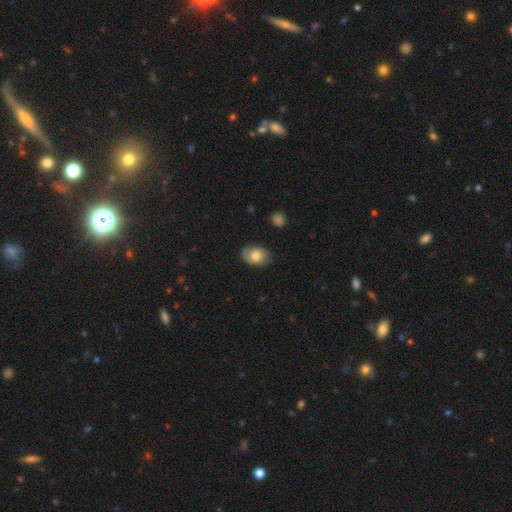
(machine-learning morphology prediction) smooth_or_featured: smooth (p=0.76) [alt: featured or disk p=0.17]
how_rounded: in between (p=0.80) [alt: round p=0.19]
merging: none (p=0.76) [alt: minor disturbance p=0.19]